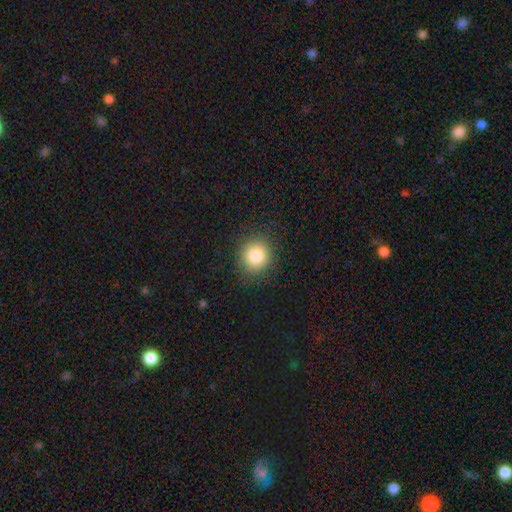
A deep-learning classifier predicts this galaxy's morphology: Overall: smooth (83%). How rounded: round (87%). Merging: none (89%).